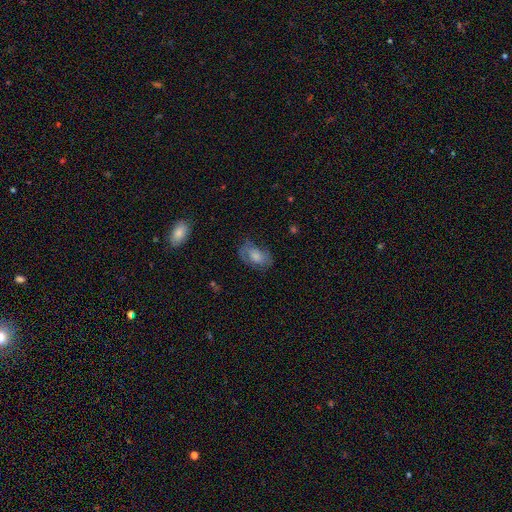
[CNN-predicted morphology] type=smooth (55%); roundness=in between (88%); merging=none (56%).